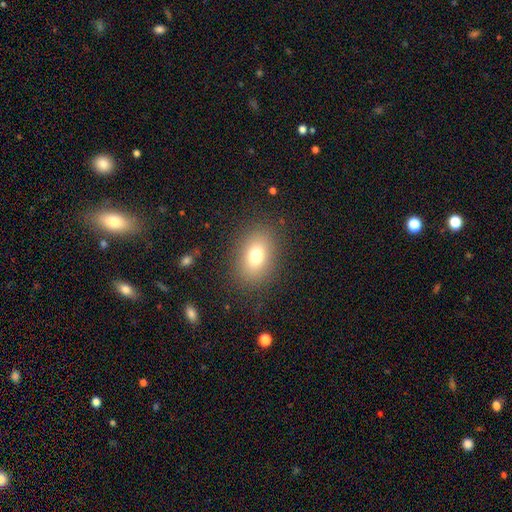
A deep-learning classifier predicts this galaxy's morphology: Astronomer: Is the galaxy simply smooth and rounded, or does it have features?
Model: smooth — 76%.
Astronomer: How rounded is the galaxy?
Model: in between — 72%.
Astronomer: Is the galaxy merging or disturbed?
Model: none — 86%.